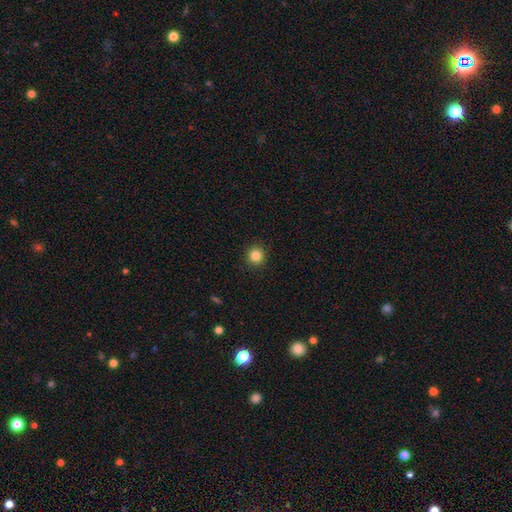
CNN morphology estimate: Smooth or featured? Predicted: smooth (p=0.84). How rounded? Predicted: round (p=0.95). Merging? Predicted: none (p=0.92).